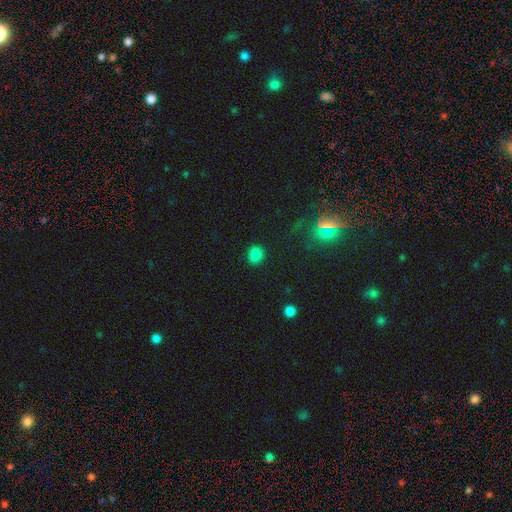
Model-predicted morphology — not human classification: Smooth or featured?
  - smooth: 80% *
  - star or artifact: 16%
  - featured or disk: 4%
How rounded?
  - round: 58% *
  - in between: 41%
  - cigar-shaped: 1%
Merging?
  - none: 83% *
  - minor disturbance: 11%
  - major disturbance: 3%
  - merger: 2%